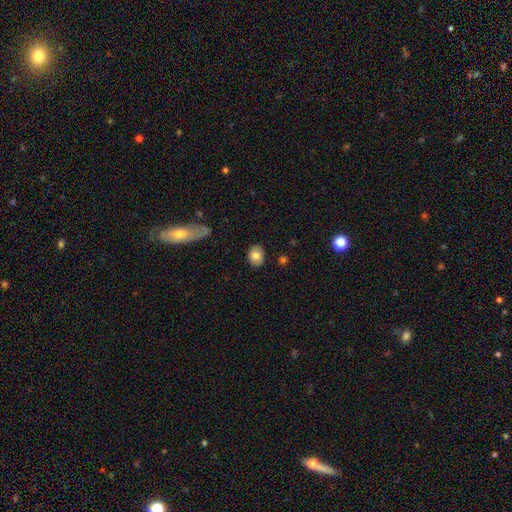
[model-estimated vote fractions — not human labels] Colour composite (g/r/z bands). It shows a smooth galaxy with no disk features (75%) that is in between round and cigar-shaped (57%). Merging: none (86%).